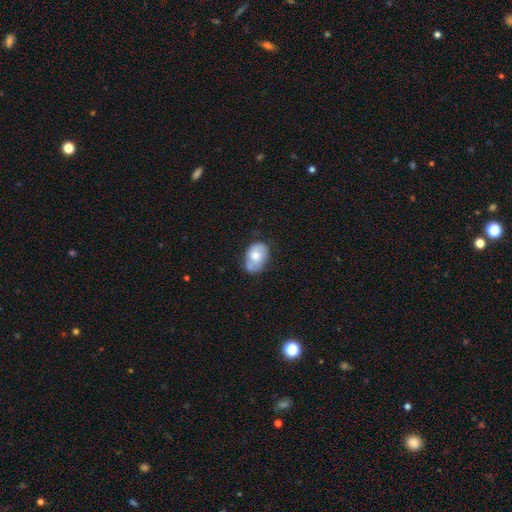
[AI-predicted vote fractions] Smooth or featured: smooth — 63% (featured or disk — 30%)
How rounded: in between — 78% (round — 21%)
Merging: none — 47% (minor disturbance — 30%)